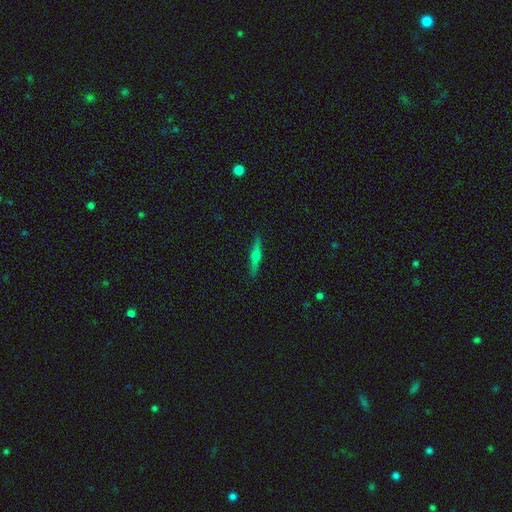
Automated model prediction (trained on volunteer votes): This is likely a featured or disk galaxy (63%). It is clearly viewed edge-on (97%). Edge-on bulge: likely rounded (78%). Merging: clearly none (90%).